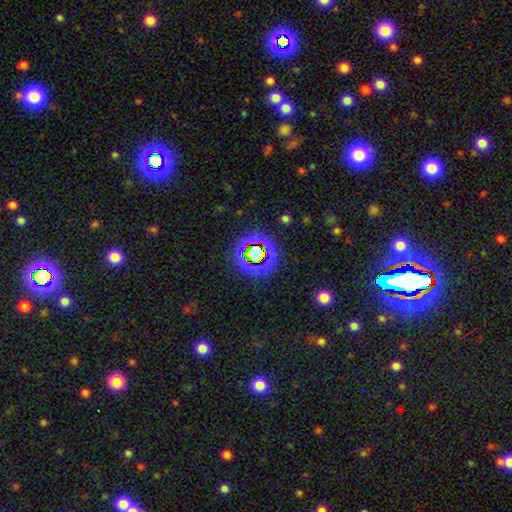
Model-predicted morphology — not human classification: Smooth or featured? star or artifact (68%)